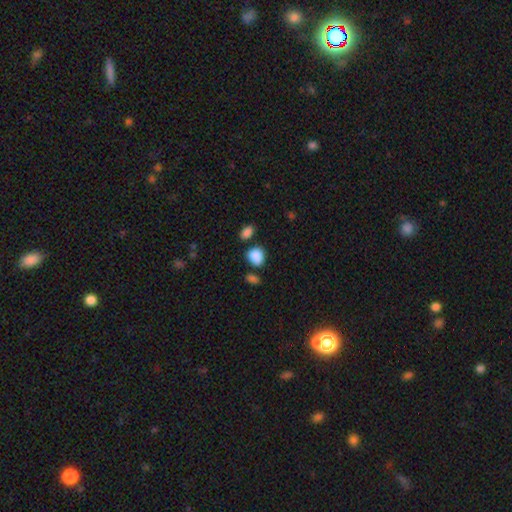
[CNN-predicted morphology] smooth_or_featured: smooth (p=0.87) [alt: star or artifact p=0.09]
how_rounded: round (p=0.52) [alt: in between p=0.47]
merging: none (p=0.65) [alt: minor disturbance p=0.18]